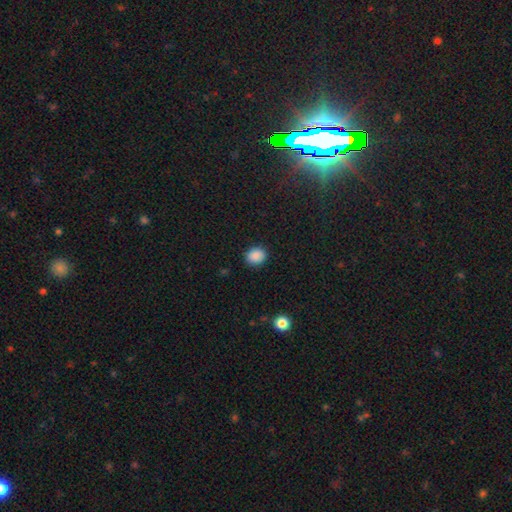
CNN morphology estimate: This is clearly a smooth galaxy (88%). How rounded: likely round (69%). Merging: clearly none (89%).